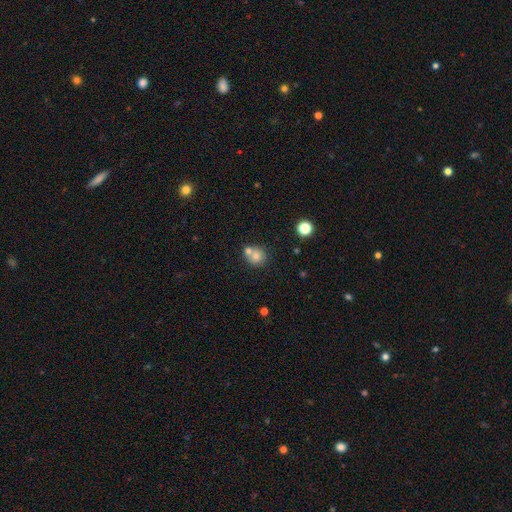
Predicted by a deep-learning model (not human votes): Smooth or featured?
  - smooth: 71% *
  - featured or disk: 17%
  - star or artifact: 12%
How rounded?
  - round: 82% *
  - in between: 17%
  - cigar-shaped: 1%
Merging?
  - none: 48% *
  - merger: 40%
  - minor disturbance: 9%
  - major disturbance: 3%